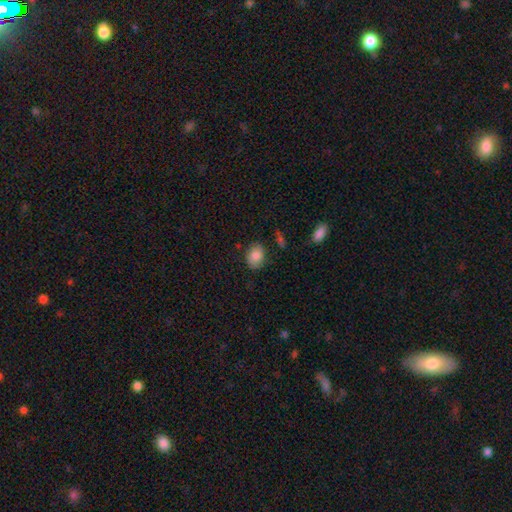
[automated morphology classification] A smooth galaxy with no disk features (86%) that is in between round and cigar-shaped (68%).

Vote fractions:
- Smooth or featured? smooth: 86% / star or artifact: 8% / featured or disk: 7%
- How rounded? in between: 68% / round: 31% / cigar-shaped: 1%
- Merging? none: 82% / minor disturbance: 13% / major disturbance: 3% / merger: 2%